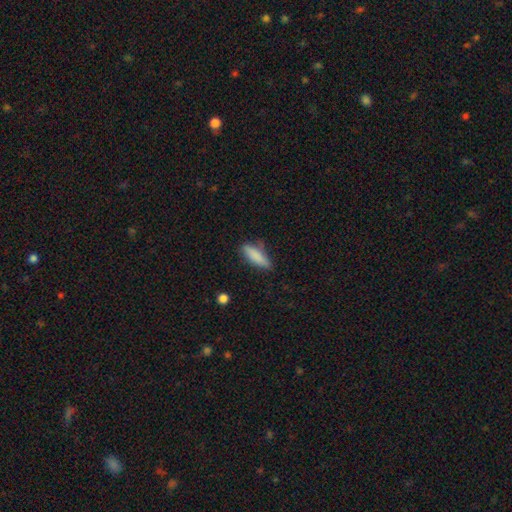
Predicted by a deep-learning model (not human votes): This appears to be a smooth galaxy with no disk features (84%) that is cigar-shaped (52%). Merging: none (72%).